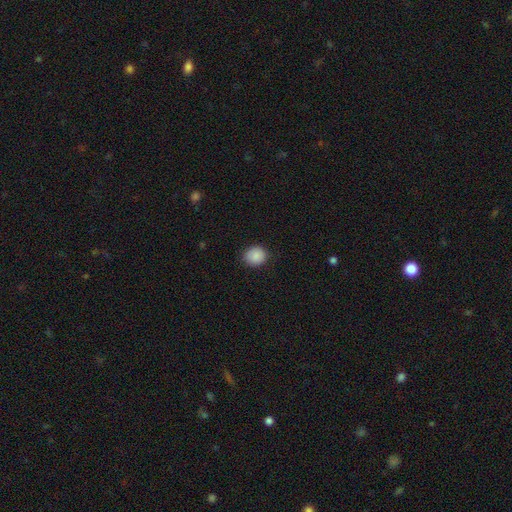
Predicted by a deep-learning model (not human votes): smooth 88%, star or artifact 8%, featured or disk 4%. Down the decision tree: how rounded — round (79%); merging — none (86%).